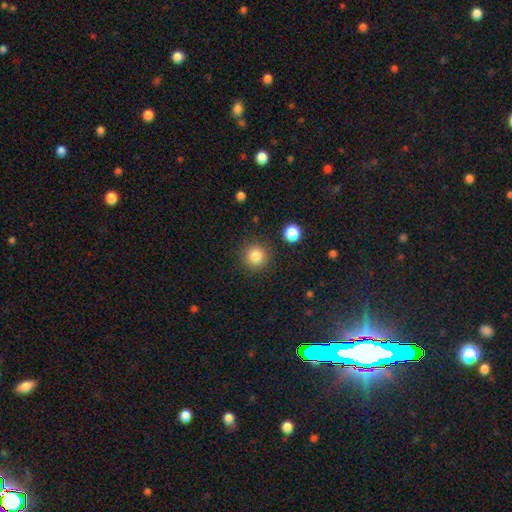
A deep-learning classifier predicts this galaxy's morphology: Smooth or featured? Predicted: smooth (p=0.84). How rounded? Predicted: round (p=0.94). Merging? Predicted: none (p=0.89).